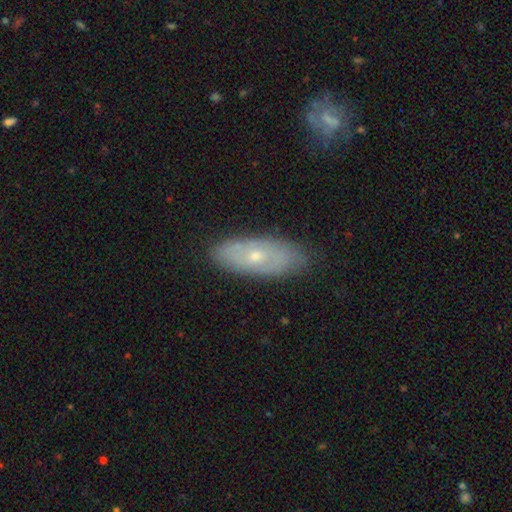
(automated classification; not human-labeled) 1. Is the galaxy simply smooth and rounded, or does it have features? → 52% featured or disk, 41% smooth, 7% star or artifact.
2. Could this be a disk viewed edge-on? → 80% no, 20% yes.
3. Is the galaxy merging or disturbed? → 81% none, 15% minor disturbance, 3% major disturbance, 1% merger.